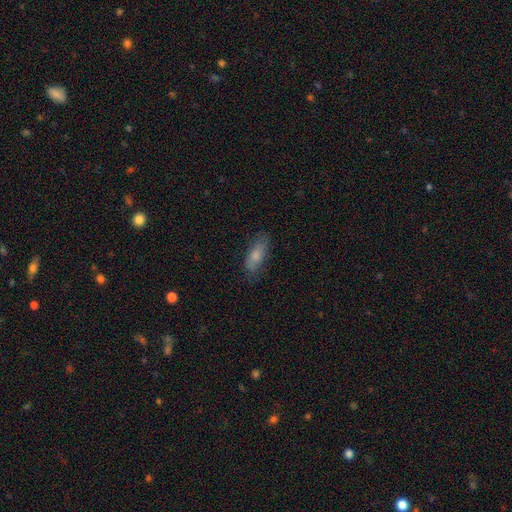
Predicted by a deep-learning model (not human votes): This is likely a smooth galaxy (76%). How rounded: likely in between (71%). Merging: likely none (75%).